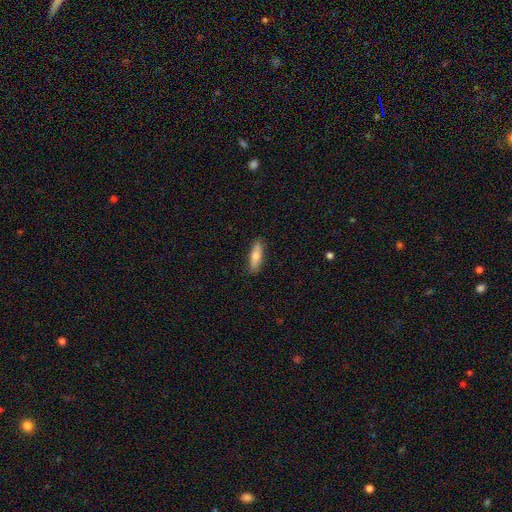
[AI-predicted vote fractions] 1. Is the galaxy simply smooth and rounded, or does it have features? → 71% smooth, 23% featured or disk, 6% star or artifact.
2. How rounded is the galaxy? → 58% cigar-shaped, 40% in between, 2% round.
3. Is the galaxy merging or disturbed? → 89% none, 9% minor disturbance, 2% major disturbance, 1% merger.